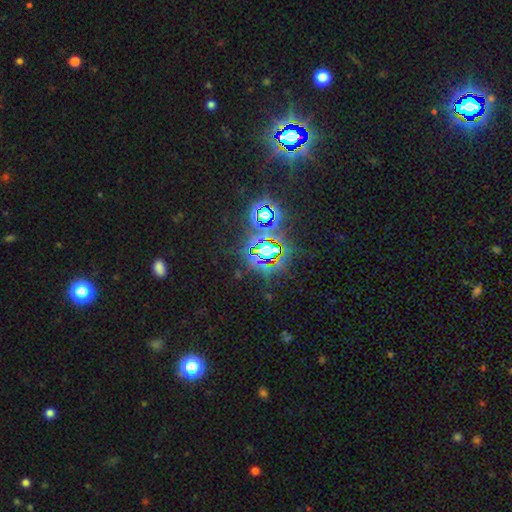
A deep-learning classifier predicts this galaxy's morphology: Smooth or featured? star or artifact (79%)